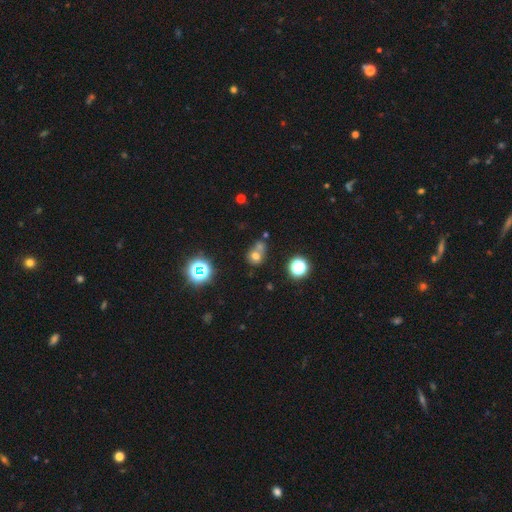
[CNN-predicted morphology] This is likely a smooth galaxy (66%). How rounded: likely round (75%). Merging: possibly merger (46%).